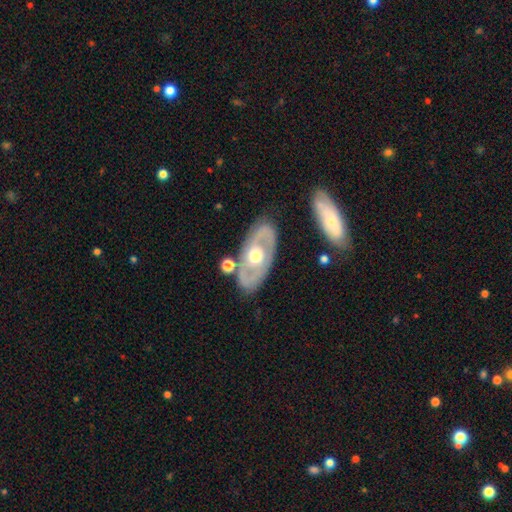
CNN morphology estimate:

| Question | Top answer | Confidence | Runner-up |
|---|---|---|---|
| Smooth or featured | featured or disk | 74% | smooth (21%) |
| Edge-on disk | no | 88% | yes (12%) |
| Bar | no | 77% | weak (17%) |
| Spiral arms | yes | 50% | tied: no (50%) |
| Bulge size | moderate | 75% | small (12%) |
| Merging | none | 78% | minor disturbance (12%) |